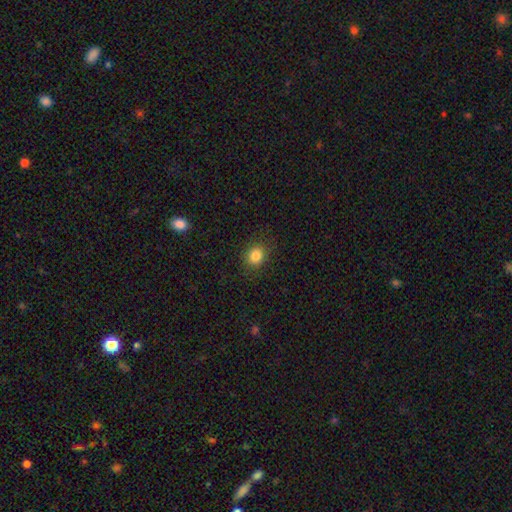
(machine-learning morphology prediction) Q: Smooth or featured?
A: smooth (84%); runner-up: star or artifact (11%)
Q: How rounded?
A: round (74%); runner-up: in between (25%)
Q: Merging?
A: none (88%); runner-up: minor disturbance (9%)